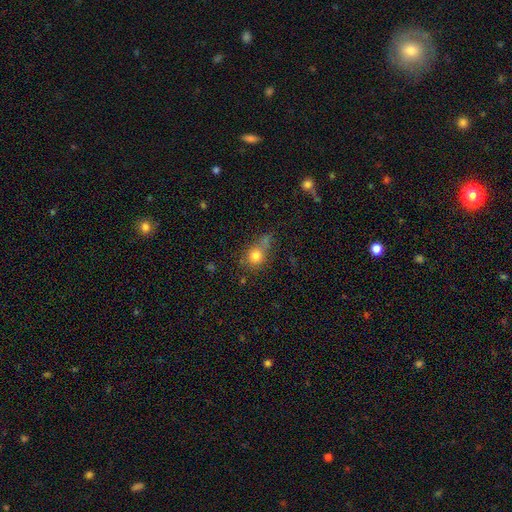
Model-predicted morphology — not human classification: smooth 77%, star or artifact 12%, featured or disk 11%. Down the decision tree: how rounded — round (69%); merging — none (47%).